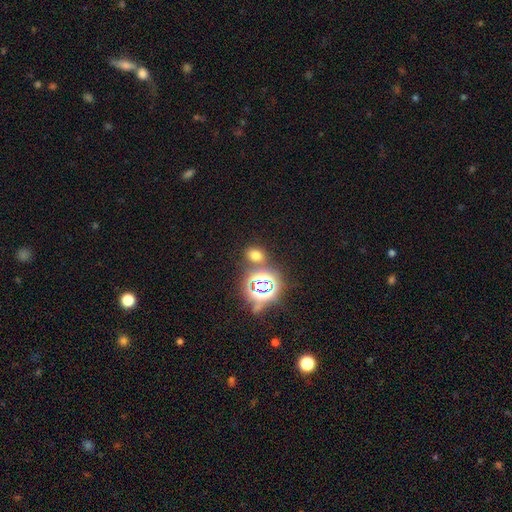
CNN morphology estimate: Smooth or featured?
  - smooth: 57% *
  - star or artifact: 36%
  - featured or disk: 7%
How rounded?
  - in between: 57% *
  - round: 41%
  - cigar-shaped: 2%
Merging?
  - none: 76% *
  - merger: 11%
  - minor disturbance: 9%
  - major disturbance: 4%